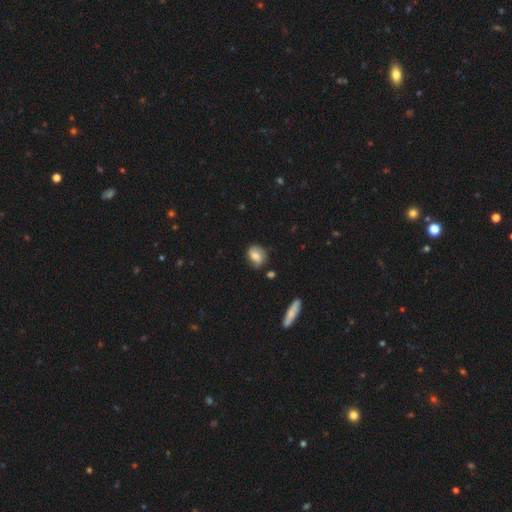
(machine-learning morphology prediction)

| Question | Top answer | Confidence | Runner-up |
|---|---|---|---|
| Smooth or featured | smooth | 64% | featured or disk (27%) |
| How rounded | in between | 58% | round (40%) |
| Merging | none | 65% | minor disturbance (26%) |